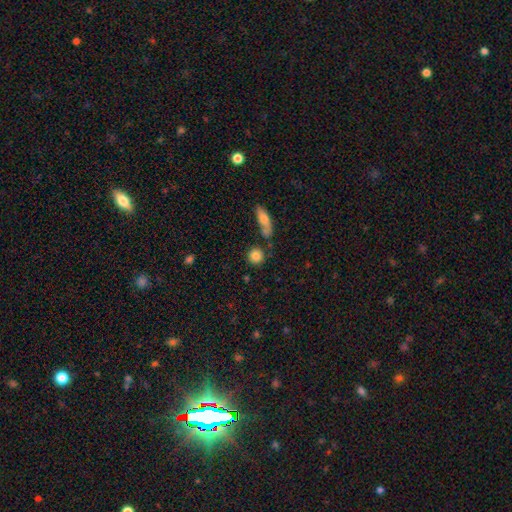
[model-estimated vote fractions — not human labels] Q: Smooth or featured?
A: smooth (84%); runner-up: star or artifact (9%)
Q: How rounded?
A: round (86%); runner-up: in between (11%)
Q: Merging?
A: none (76%); runner-up: merger (11%)